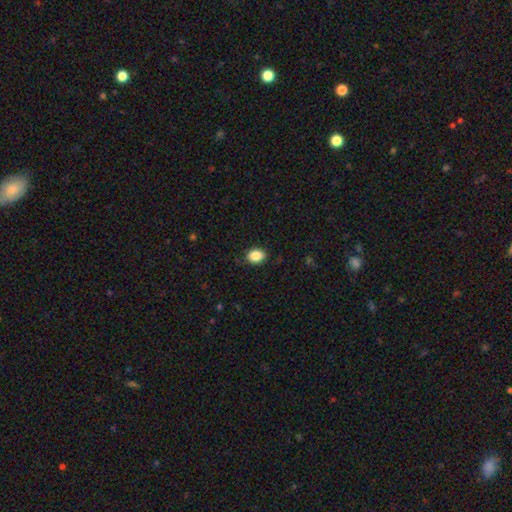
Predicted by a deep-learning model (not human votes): smooth-or-featured: smooth: 87% | star or artifact: 8% | featured or disk: 4%
  how-rounded: in between: 67% | round: 32% | cigar-shaped: 1%
  merging: none: 86% | minor disturbance: 11% | major disturbance: 2% | merger: 1%